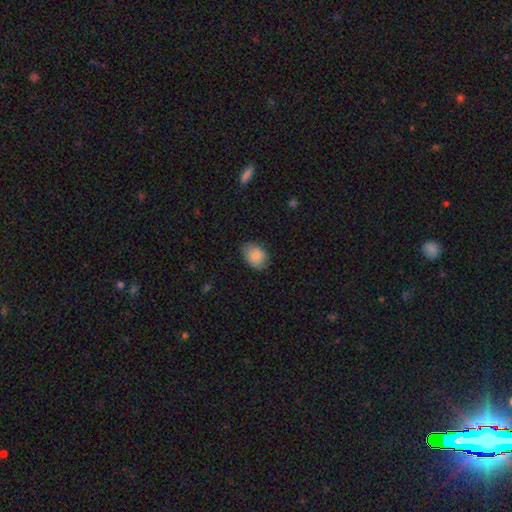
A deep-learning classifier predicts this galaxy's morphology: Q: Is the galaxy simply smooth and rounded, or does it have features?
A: smooth — 88%.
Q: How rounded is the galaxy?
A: in between — 74%.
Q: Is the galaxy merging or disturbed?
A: none — 76%.